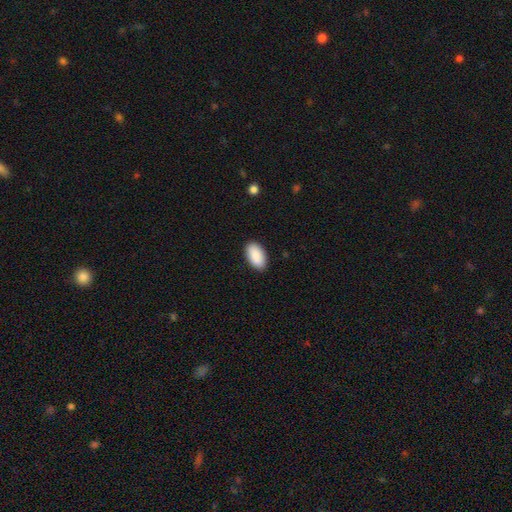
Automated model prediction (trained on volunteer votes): This appears to be a smooth galaxy with no disk features (92%) that is in between round and cigar-shaped (96%). Merging: none (90%).